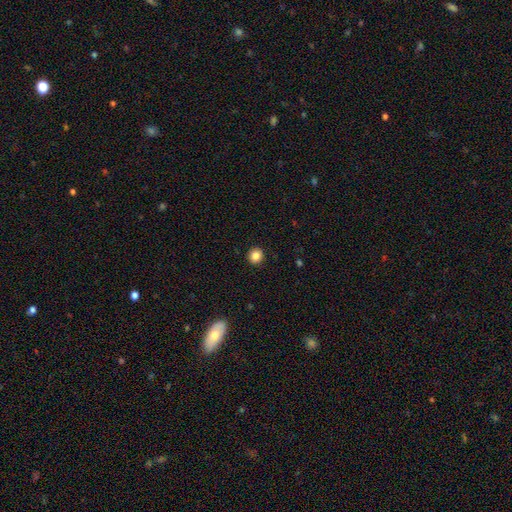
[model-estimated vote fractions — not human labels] Smooth or featured? smooth (85%)
How rounded? round (89%)
Merging? none (92%)